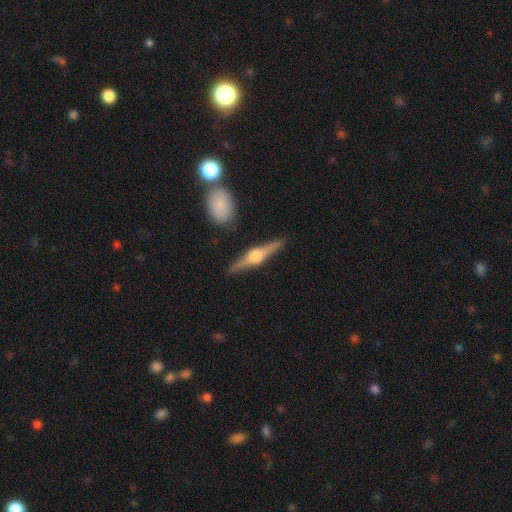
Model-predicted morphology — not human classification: smooth-or-featured: featured or disk: 83% | smooth: 12% | star or artifact: 5%
  disk-edge-on: yes: 98% | no: 2%
    edge-on-bulge: rounded: 91% | boxy: 8% | none: 2%
  merging: none: 88% | minor disturbance: 7% | merger: 2% | major disturbance: 2%